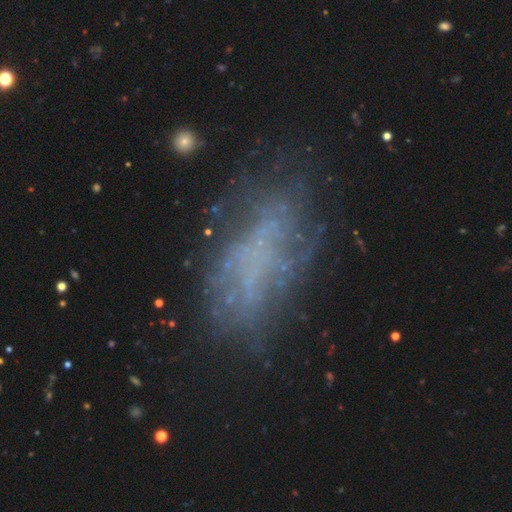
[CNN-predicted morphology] A featured or disk galaxy (52%). Merging: none (51%).